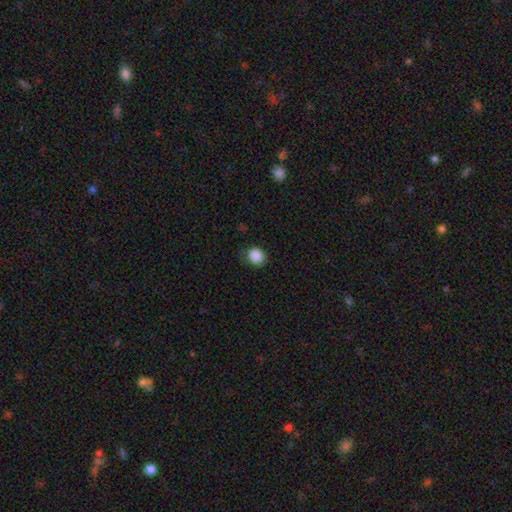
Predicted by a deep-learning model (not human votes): This is clearly a smooth galaxy (89%). How rounded: likely round (71%). Merging: likely none (80%).